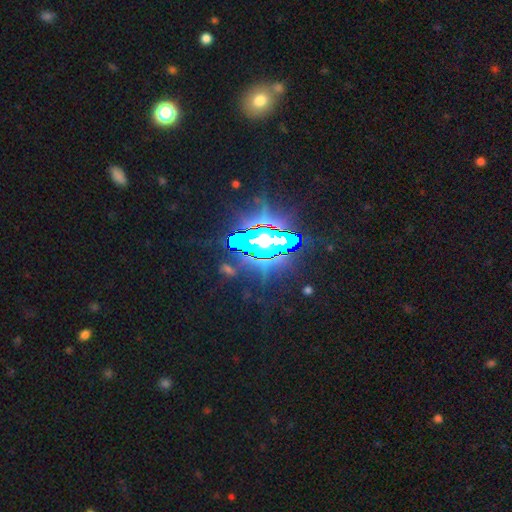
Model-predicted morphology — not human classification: star or artifact 70%, featured or disk 19%, smooth 11%.